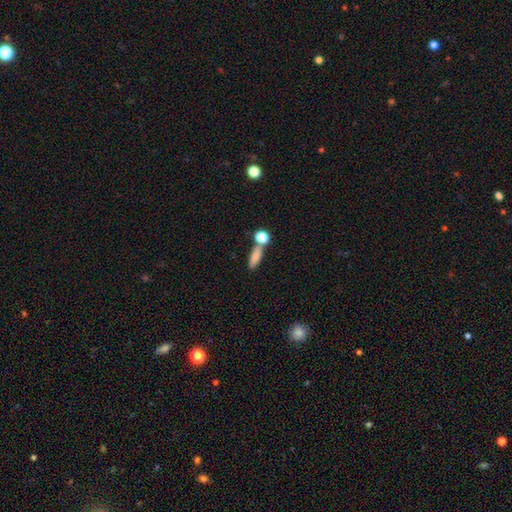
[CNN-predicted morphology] This appears to be a smooth galaxy with no disk features (80%) that is in between round and cigar-shaped (54%). Merging: none (57%).